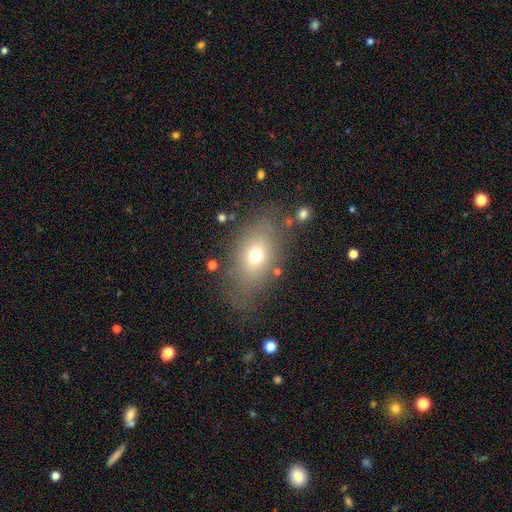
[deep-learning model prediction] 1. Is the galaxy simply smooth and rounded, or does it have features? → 68% smooth, 18% featured or disk, 14% star or artifact.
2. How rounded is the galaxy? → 76% in between, 21% round, 4% cigar-shaped.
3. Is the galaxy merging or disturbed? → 71% none, 16% minor disturbance, 9% major disturbance, 3% merger.